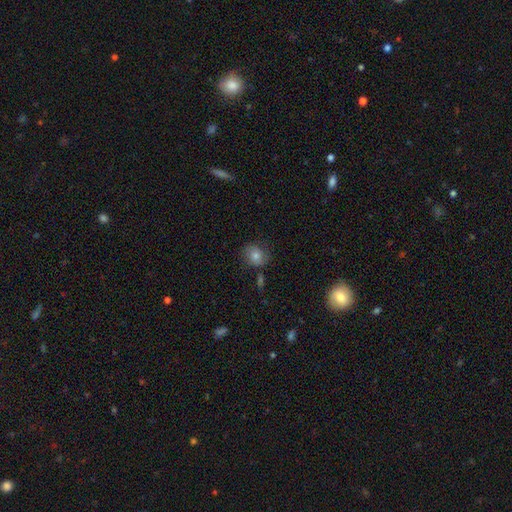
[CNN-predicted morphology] Smooth or featured: smooth — 71% (featured or disk — 15%)
How rounded: round — 64% (in between — 35%)
Merging: none — 74% (minor disturbance — 17%)